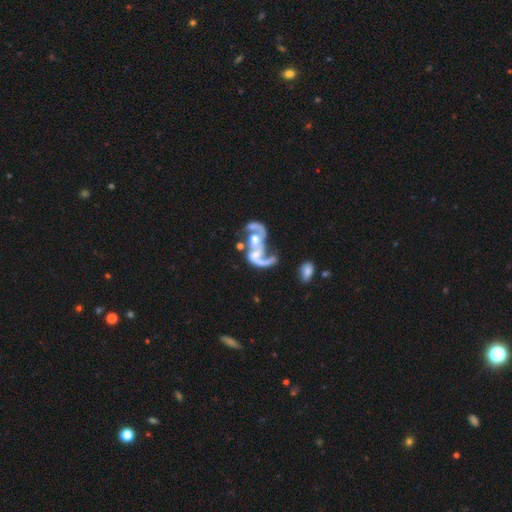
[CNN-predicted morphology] type=featured or disk (81%); edge-on=no (97%); bar=no (61%); spiral arms=yes (82%); winding=loose (71%); arm count=2 (68%); bulge=moderate (50%); merging=merger (56%).